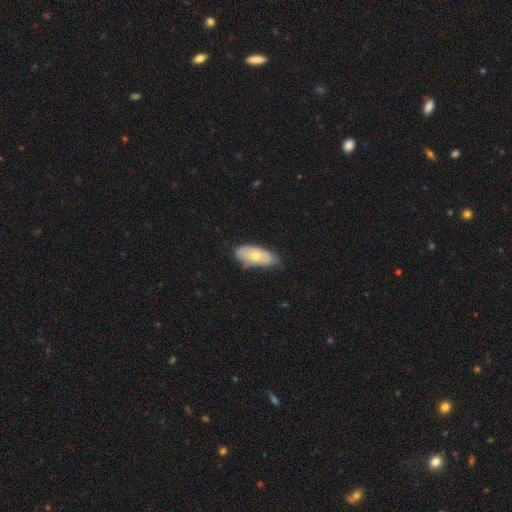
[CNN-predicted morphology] Overall: smooth (57%; featured or disk 37%). How rounded: in between (90%). Merging: none (59%; minor disturbance 33%).